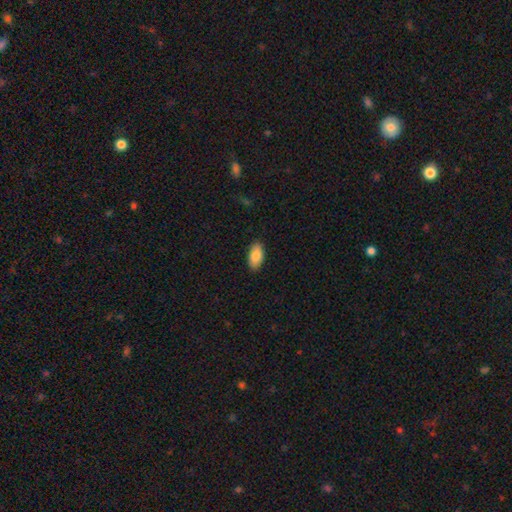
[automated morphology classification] The model was most divided on "smooth or featured": smooth: 85%, featured or disk: 8%, star or artifact: 6%. More confident: how rounded — in between (94%); merging — none (89%).